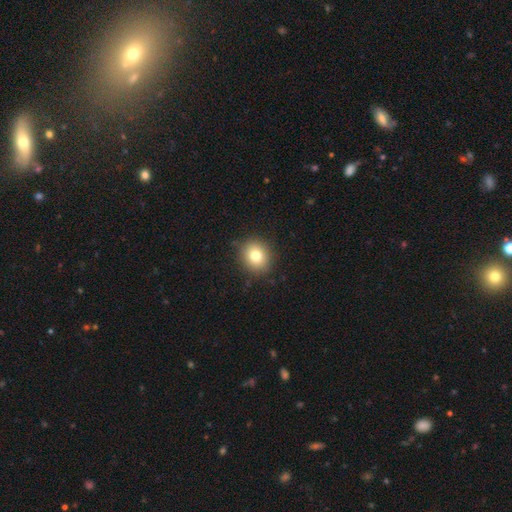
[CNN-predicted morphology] A smooth galaxy with no disk features (78%) that is round (79%). Merging: none (89%).